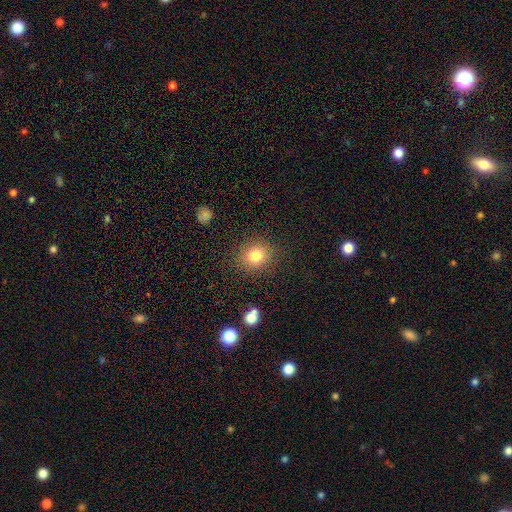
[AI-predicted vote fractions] Smooth or featured?
  - smooth: 81% *
  - star or artifact: 12%
  - featured or disk: 7%
How rounded?
  - round: 74% *
  - in between: 25%
  - cigar-shaped: 1%
Merging?
  - none: 86% *
  - minor disturbance: 9%
  - major disturbance: 3%
  - merger: 2%